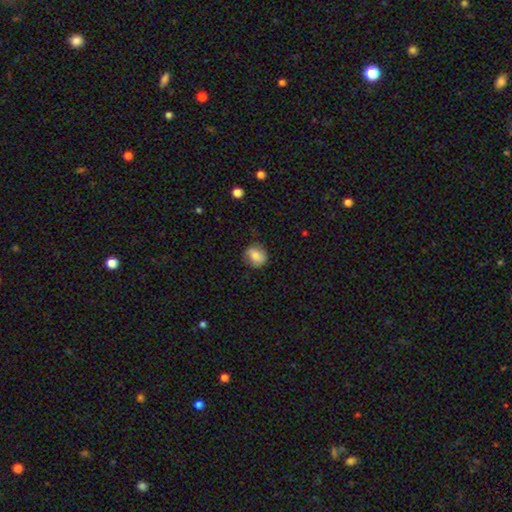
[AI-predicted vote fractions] Overall: smooth (79%). How rounded: round (73%). Merging: none (76%).